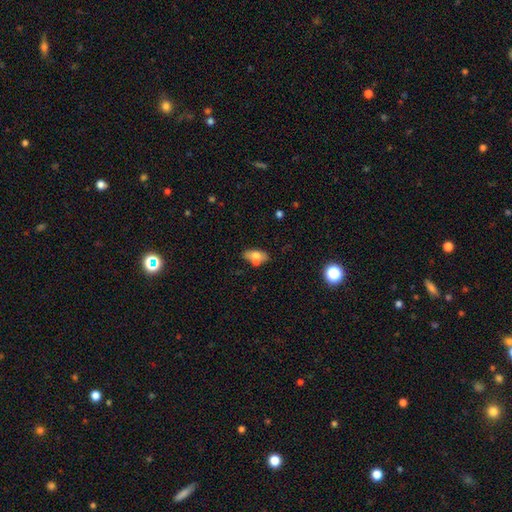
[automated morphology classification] type=smooth (63%); roundness=in between (82%); merging=none (50%).